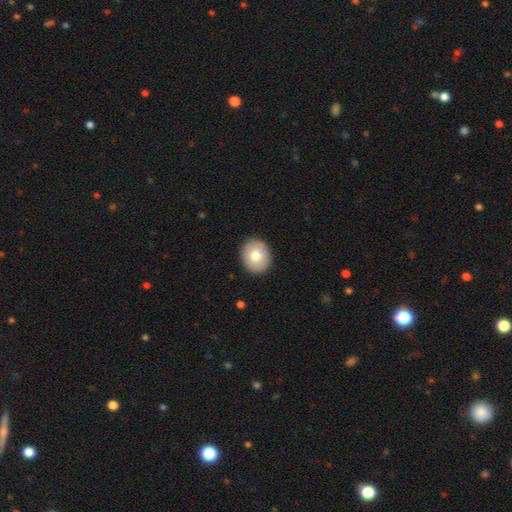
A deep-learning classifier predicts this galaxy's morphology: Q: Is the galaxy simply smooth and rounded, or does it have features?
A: smooth — 75%.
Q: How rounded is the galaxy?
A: round — 59%.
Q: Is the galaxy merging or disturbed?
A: none — 88%.